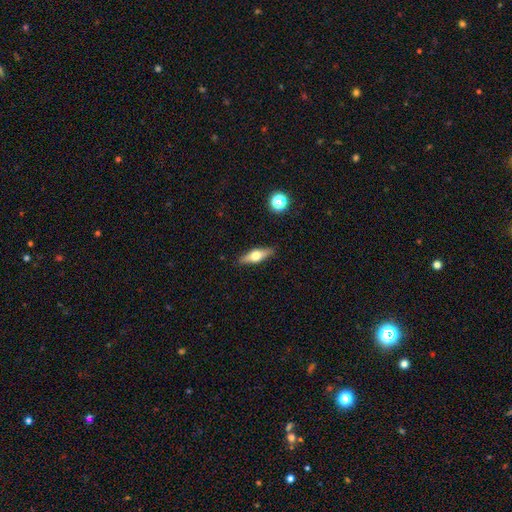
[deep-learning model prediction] Overall: featured or disk (53%; smooth 40%). Edge-on disk: yes (92%). Merging: none (88%).